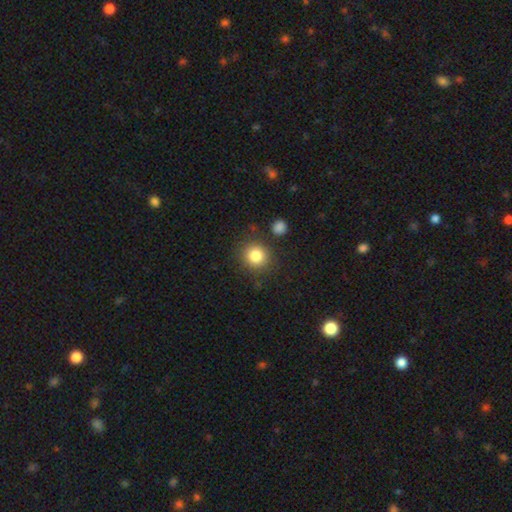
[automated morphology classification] A smooth galaxy with no disk features (84%) that is round (91%). Merging: none (85%).